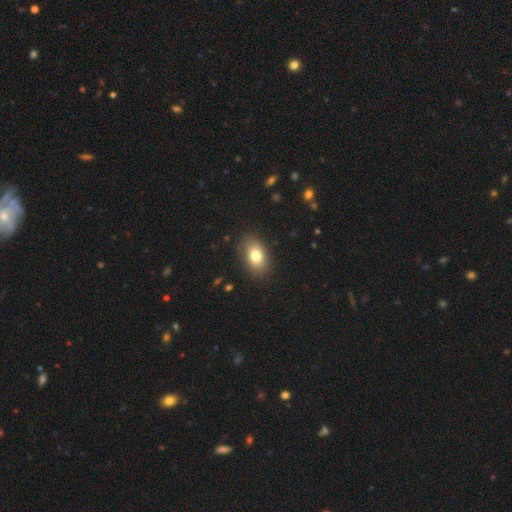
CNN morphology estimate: Smooth or featured?
  - smooth: 78% *
  - featured or disk: 13%
  - star or artifact: 9%
How rounded?
  - in between: 85% *
  - round: 13%
  - cigar-shaped: 2%
Merging?
  - none: 86% *
  - minor disturbance: 10%
  - major disturbance: 3%
  - merger: 1%